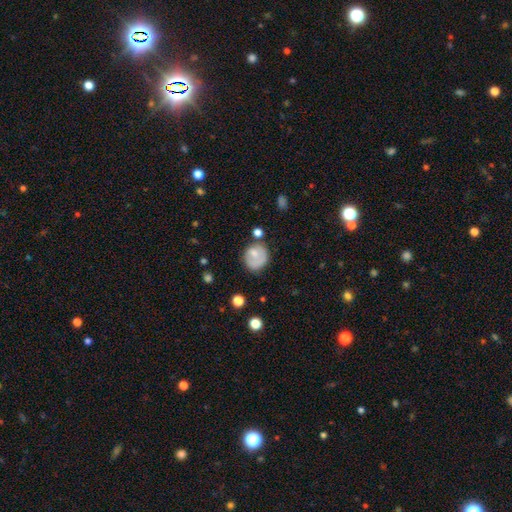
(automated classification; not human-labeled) Smooth or featured? Predicted: smooth (p=0.67). How rounded? Predicted: round (p=0.77). Merging? Predicted: none (p=0.59).